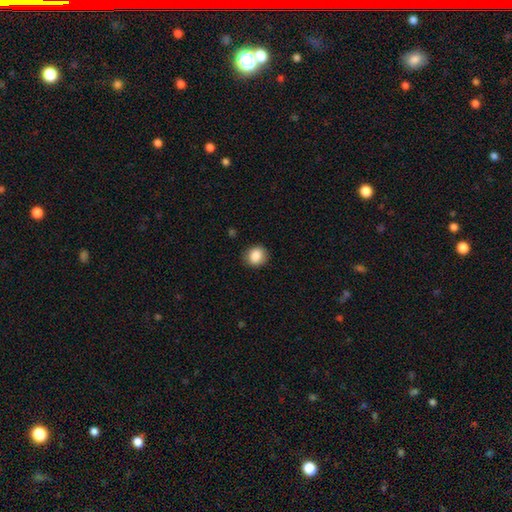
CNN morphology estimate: Smooth or featured?
  - smooth: 87% *
  - star or artifact: 9%
  - featured or disk: 5%
How rounded?
  - round: 72% *
  - in between: 27%
  - cigar-shaped: 1%
Merging?
  - none: 86% *
  - minor disturbance: 10%
  - major disturbance: 2%
  - merger: 1%